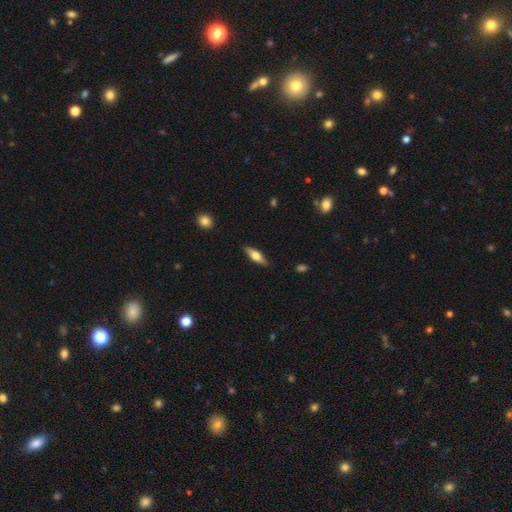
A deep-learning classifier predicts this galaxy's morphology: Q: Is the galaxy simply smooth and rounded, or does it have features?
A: smooth — 54%.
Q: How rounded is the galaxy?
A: in between — 50%.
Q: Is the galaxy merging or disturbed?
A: none — 86%.